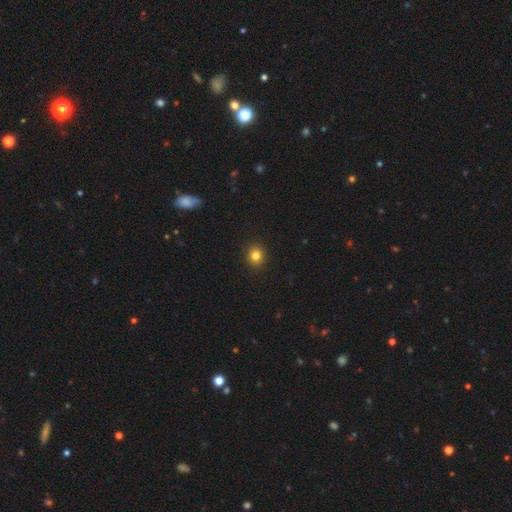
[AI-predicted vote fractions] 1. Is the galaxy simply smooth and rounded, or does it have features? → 82% smooth, 13% star or artifact, 6% featured or disk.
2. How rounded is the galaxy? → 87% round, 13% in between, 1% cigar-shaped.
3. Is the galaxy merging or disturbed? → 92% none, 5% minor disturbance, 2% major disturbance, 1% merger.